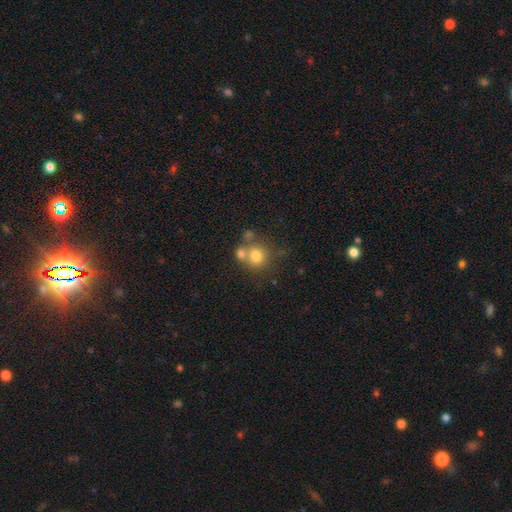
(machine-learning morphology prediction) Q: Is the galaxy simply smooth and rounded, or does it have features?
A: smooth — 74%.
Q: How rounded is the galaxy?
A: round — 82%.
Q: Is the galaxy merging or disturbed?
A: none — 47%.